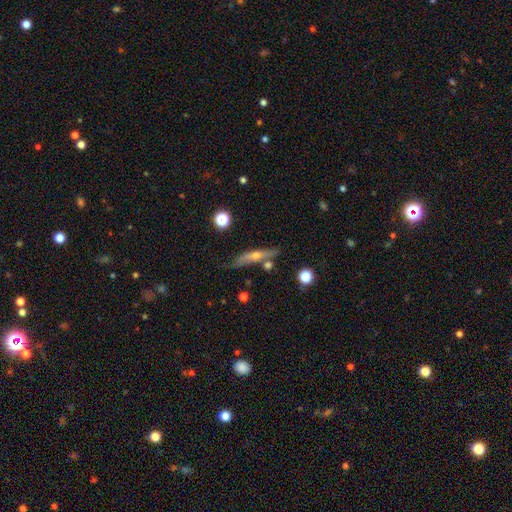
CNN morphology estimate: type=featured or disk (56%); edge-on=yes (87%); merging=none (65%).